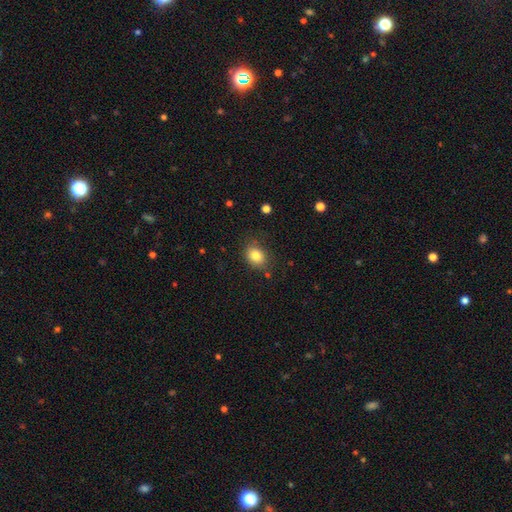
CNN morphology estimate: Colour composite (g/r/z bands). It shows a smooth galaxy with no disk features (82%) that is in between round and cigar-shaped (51%). Merging: none (78%).